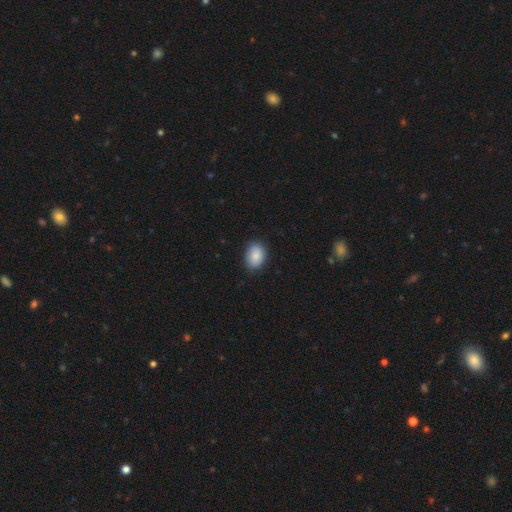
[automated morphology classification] smooth_or_featured: smooth (p=0.86) [alt: star or artifact p=0.07]
how_rounded: in between (p=0.76) [alt: round p=0.23]
merging: none (p=0.81) [alt: minor disturbance p=0.15]